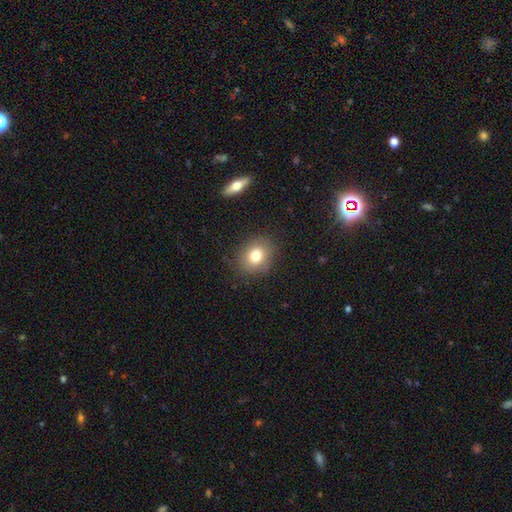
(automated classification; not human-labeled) Overall: smooth (78%). How rounded: round (63%; in between 36%). Merging: none (85%).